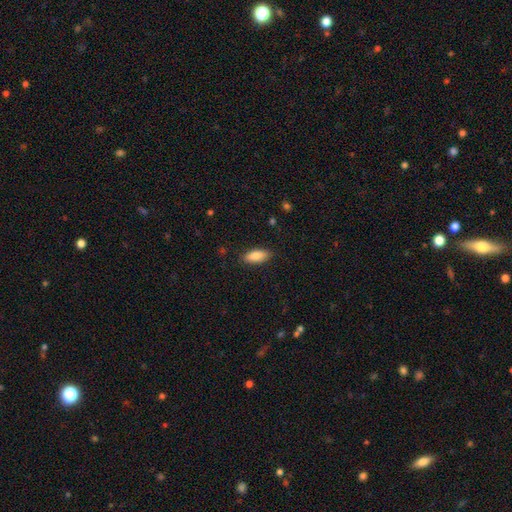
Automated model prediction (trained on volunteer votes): This appears to be a smooth galaxy with no disk features (86%) that is in between round and cigar-shaped (83%). Merging: none (86%).